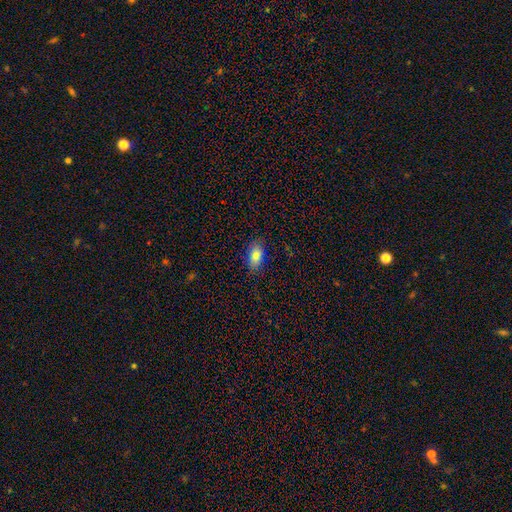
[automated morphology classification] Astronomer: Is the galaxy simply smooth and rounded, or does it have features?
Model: smooth — 84%.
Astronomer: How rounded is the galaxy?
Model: in between — 91%.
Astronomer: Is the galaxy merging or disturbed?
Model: none — 84%.